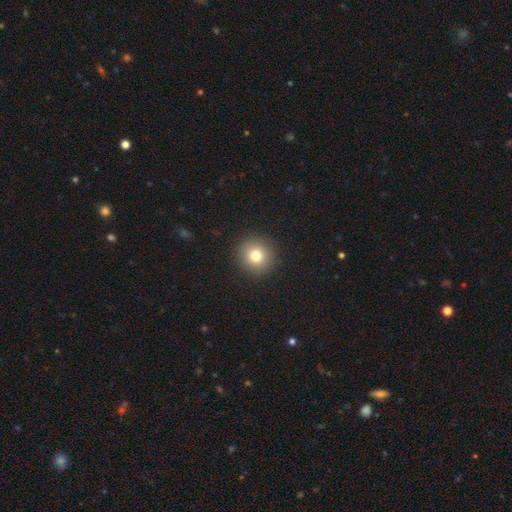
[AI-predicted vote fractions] Smooth or featured? Predicted: smooth (p=0.79). How rounded? Predicted: round (p=0.94). Merging? Predicted: none (p=0.92).